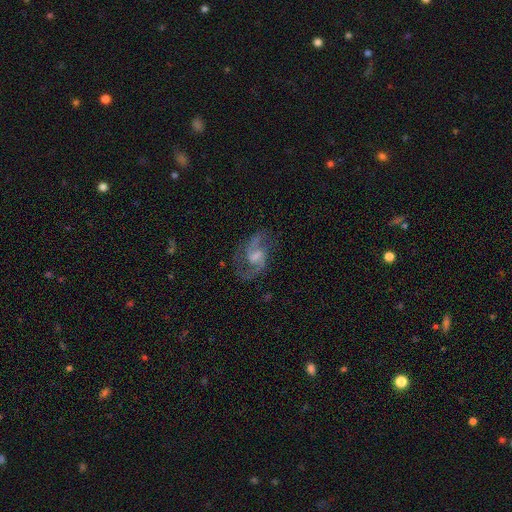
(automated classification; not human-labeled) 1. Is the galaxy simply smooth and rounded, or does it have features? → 85% featured or disk, 9% smooth, 7% star or artifact.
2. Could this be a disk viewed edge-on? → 98% no, 2% yes.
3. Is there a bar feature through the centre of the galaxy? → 58% weak, 26% no, 16% strong.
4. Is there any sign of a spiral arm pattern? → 95% yes, 5% no.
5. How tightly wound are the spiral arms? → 53% medium, 36% loose, 11% tight.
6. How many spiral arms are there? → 89% 2, 4% can't tell, 3% 1, 2% 3, 1% 4, 1% more than 4.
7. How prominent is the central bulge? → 40% small, 32% moderate, 22% none, 5% large, 1% dominant.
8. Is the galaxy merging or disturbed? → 70% none, 16% minor disturbance, 12% major disturbance, 2% merger.